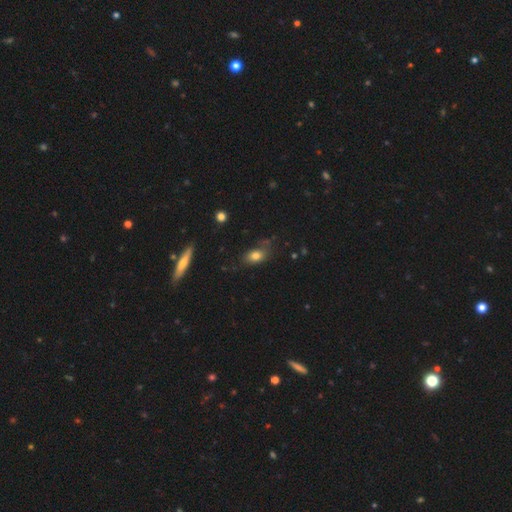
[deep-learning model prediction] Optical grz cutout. It shows a smooth galaxy with no disk features (78%) that is in between round and cigar-shaped (82%). Merging: none (68%).